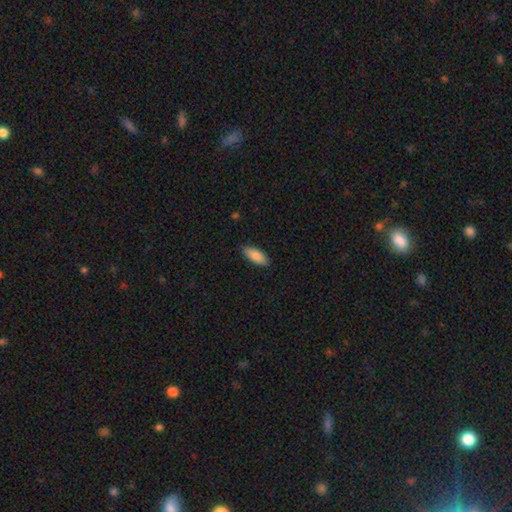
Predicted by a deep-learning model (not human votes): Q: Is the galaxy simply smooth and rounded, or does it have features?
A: smooth — 88%.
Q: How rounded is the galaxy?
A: in between — 79%.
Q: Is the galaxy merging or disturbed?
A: none — 88%.